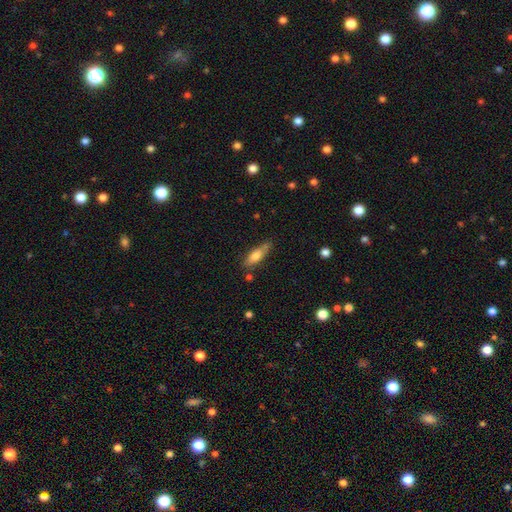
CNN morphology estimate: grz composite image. It shows a smooth galaxy with no disk features (74%) that is in between round and cigar-shaped (56%). Merging: none (68%).